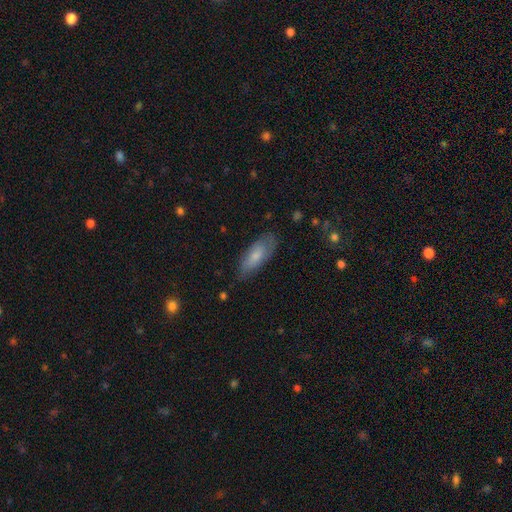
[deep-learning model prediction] A smooth galaxy with no disk features (70%) that is in between round and cigar-shaped (73%). Merging: none (72%).